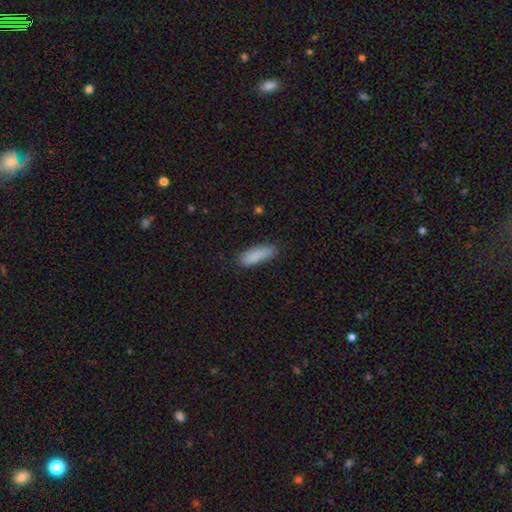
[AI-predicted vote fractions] smooth 87%, star or artifact 7%, featured or disk 6%. Down the decision tree: how rounded — cigar-shaped (53%); merging — none (79%).